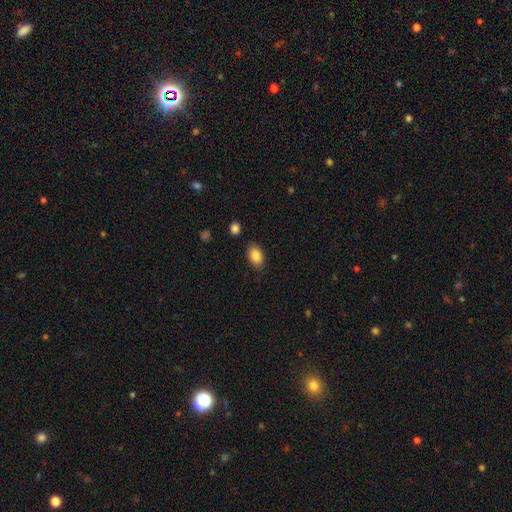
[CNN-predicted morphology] type=smooth (87%); roundness=in between (88%); merging=none (82%).